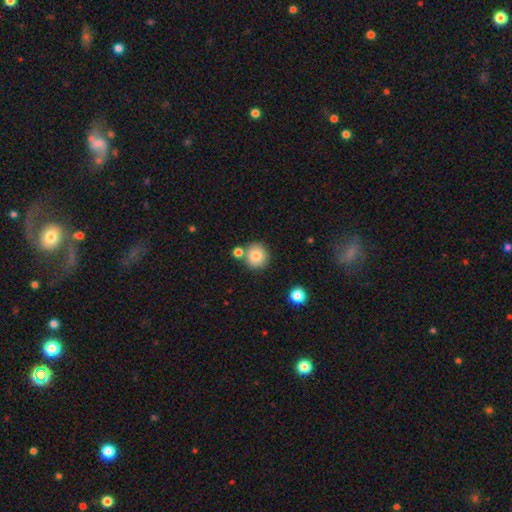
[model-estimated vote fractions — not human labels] smooth 81%, star or artifact 10%, featured or disk 9%. Down the decision tree: how rounded — round (93%); merging — none (76%).